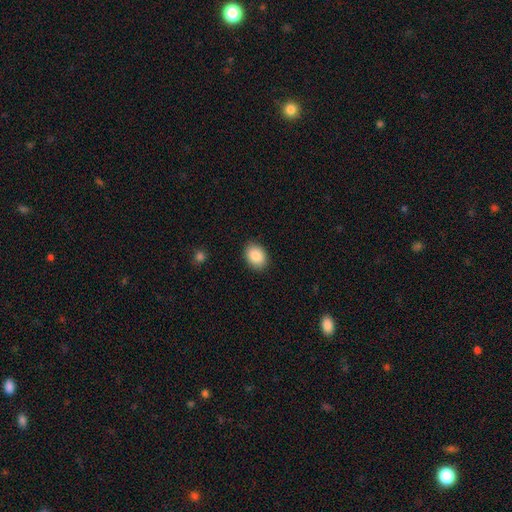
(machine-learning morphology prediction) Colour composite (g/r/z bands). It shows a smooth galaxy with no disk features (88%) that is in between round and cigar-shaped (69%). Merging: none (88%).